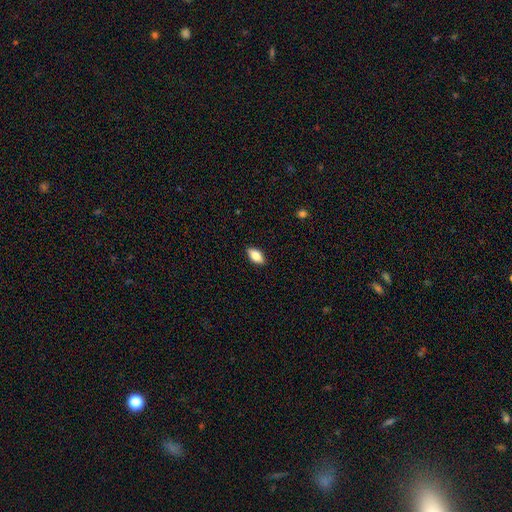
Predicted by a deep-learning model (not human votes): smooth 82%, featured or disk 11%, star or artifact 7%. Down the decision tree: how rounded — in between (90%); merging — none (89%).